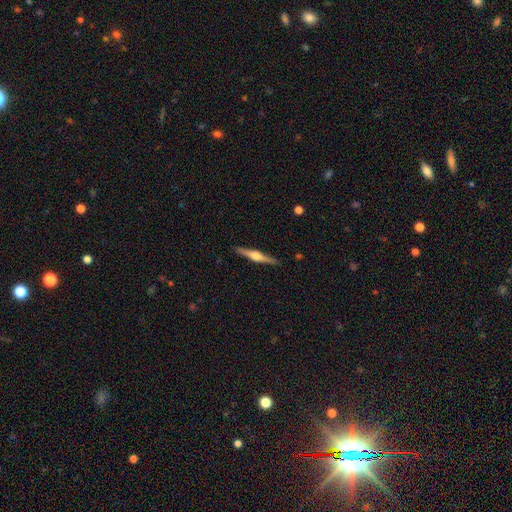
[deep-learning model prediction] Q: Smooth or featured?
A: featured or disk (76%); runner-up: smooth (19%)
Q: Edge-on disk?
A: yes (98%); runner-up: no (2%)
Q: Edge-on bulge?
A: rounded (88%); runner-up: boxy (9%)
Q: Merging?
A: none (91%); runner-up: minor disturbance (6%)